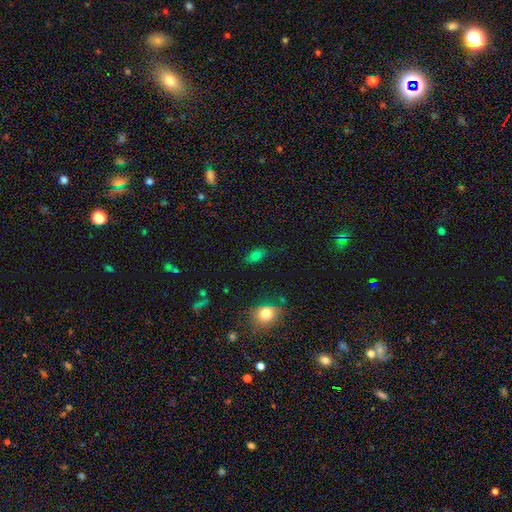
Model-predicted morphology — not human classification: A smooth galaxy with no disk features (74%) that is in between round and cigar-shaped (86%).

Vote fractions:
- Smooth or featured? smooth: 74% / star or artifact: 16% / featured or disk: 9%
- How rounded? in between: 86% / round: 8% / cigar-shaped: 6%
- Merging? none: 79% / minor disturbance: 15% / major disturbance: 4% / merger: 2%